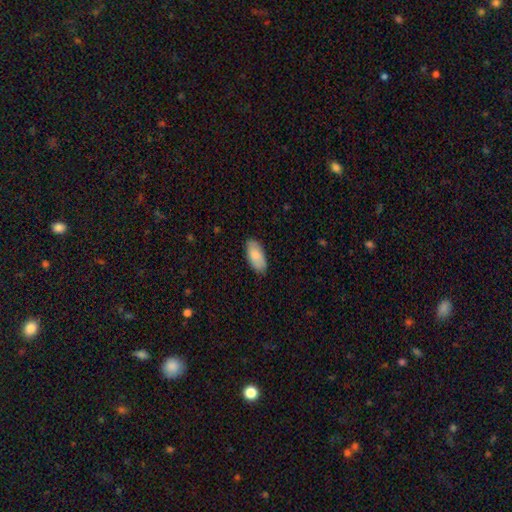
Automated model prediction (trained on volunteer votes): Smooth or featured? smooth (85%)
How rounded? in between (93%)
Merging? none (85%)